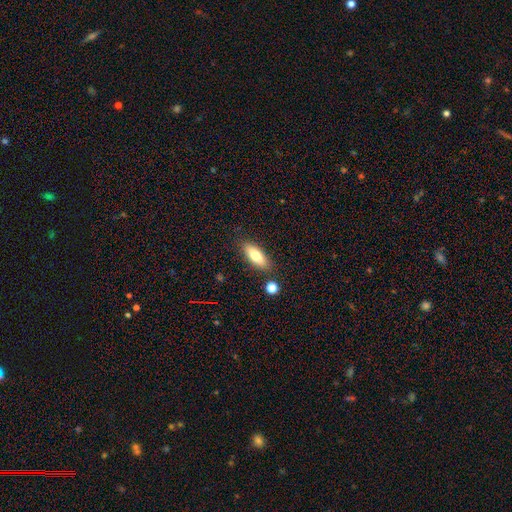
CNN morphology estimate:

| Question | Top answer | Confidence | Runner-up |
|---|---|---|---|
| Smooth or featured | smooth | 73% | featured or disk (20%) |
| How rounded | in between | 66% | cigar-shaped (32%) |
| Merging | none | 84% | minor disturbance (10%) |